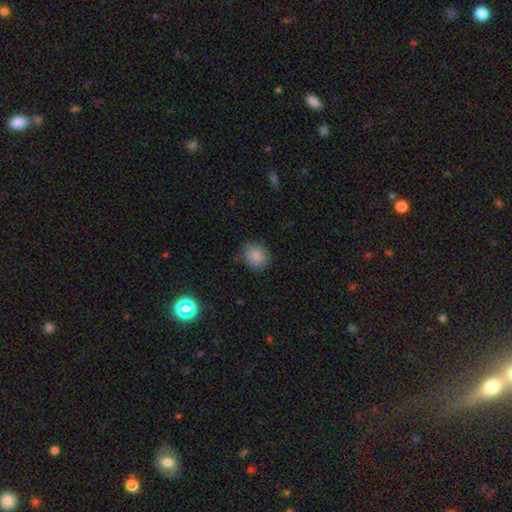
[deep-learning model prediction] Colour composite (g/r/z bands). It shows a smooth galaxy with no disk features (85%) that is round (68%). Merging: none (75%).